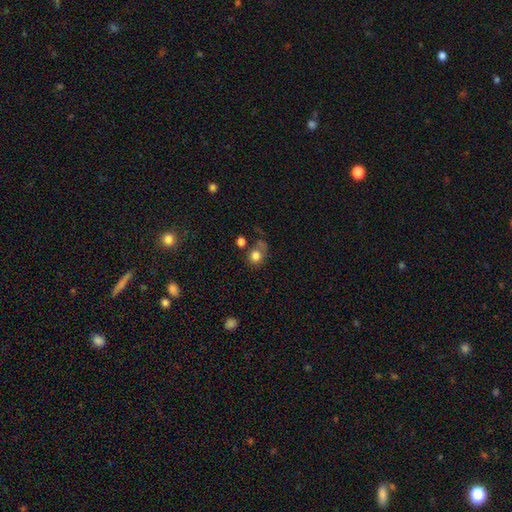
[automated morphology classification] type=smooth (79%); roundness=round (78%); merging=none (52%).